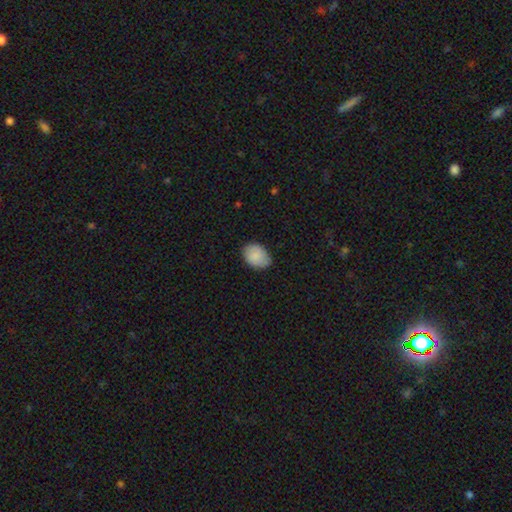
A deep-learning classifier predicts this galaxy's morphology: A smooth galaxy with no disk features (87%) that is in between round and cigar-shaped (74%).

Vote fractions:
- Smooth or featured? smooth: 87% / star or artifact: 7% / featured or disk: 7%
- How rounded? in between: 74% / round: 25% / cigar-shaped: 1%
- Merging? none: 71% / minor disturbance: 24% / major disturbance: 4% / merger: 1%